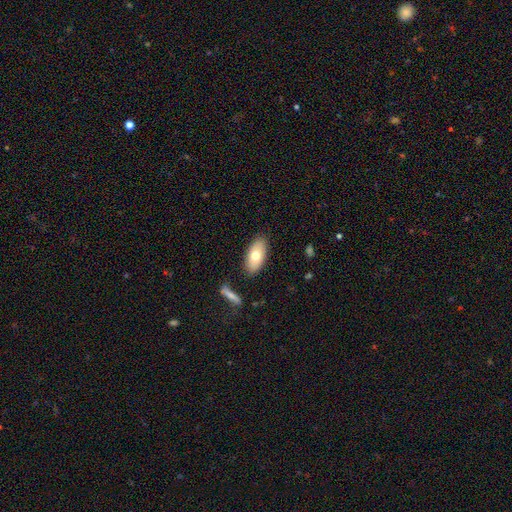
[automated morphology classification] Smooth or featured? smooth (69%)
How rounded? in between (89%)
Merging? none (84%)